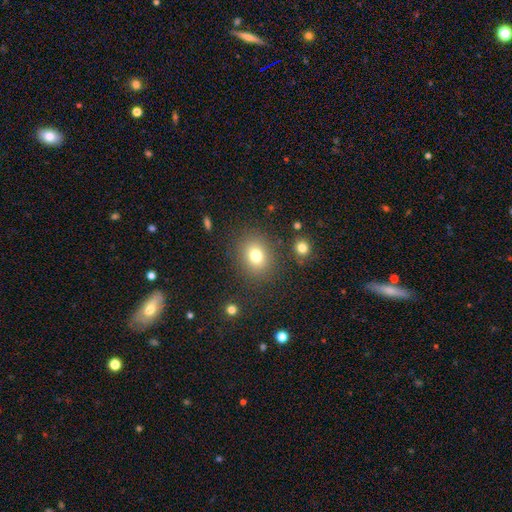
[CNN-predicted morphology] smooth 77%, star or artifact 13%, featured or disk 10%. Down the decision tree: how rounded — round (59%); merging — none (84%).